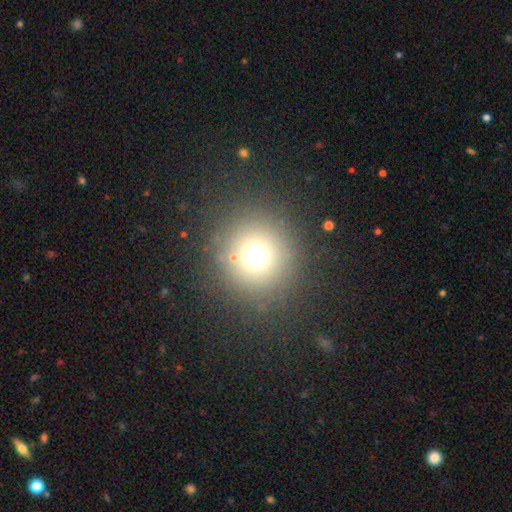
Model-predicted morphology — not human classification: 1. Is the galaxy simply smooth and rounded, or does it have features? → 67% smooth, 23% star or artifact, 10% featured or disk.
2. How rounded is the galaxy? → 93% round, 6% in between, 1% cigar-shaped.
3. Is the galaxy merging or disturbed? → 85% none, 7% minor disturbance, 5% major disturbance, 3% merger.